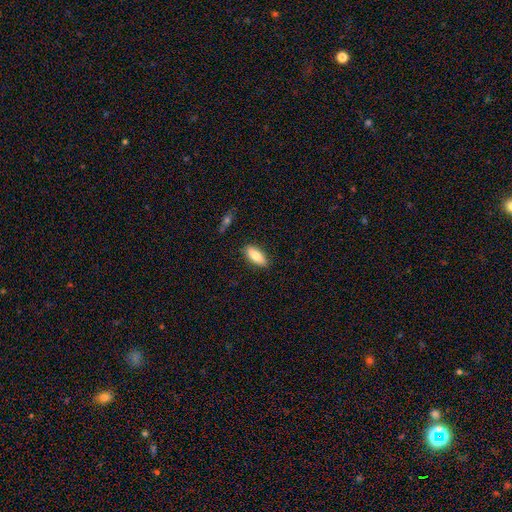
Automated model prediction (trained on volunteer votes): Smooth or featured: smooth — 80% (featured or disk — 14%)
How rounded: in between — 73% (cigar-shaped — 24%)
Merging: none — 86% (minor disturbance — 10%)